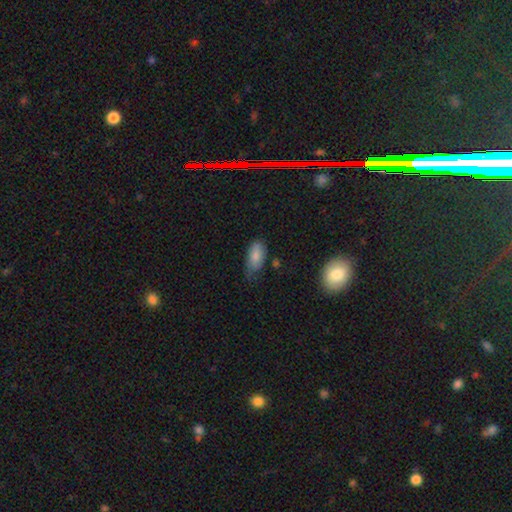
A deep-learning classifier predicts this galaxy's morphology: smooth-or-featured: smooth: 82% | featured or disk: 11% | star or artifact: 7%
  how-rounded: in between: 91% | cigar-shaped: 6% | round: 3%
  merging: none: 48% | minor disturbance: 39% | major disturbance: 10% | merger: 3%